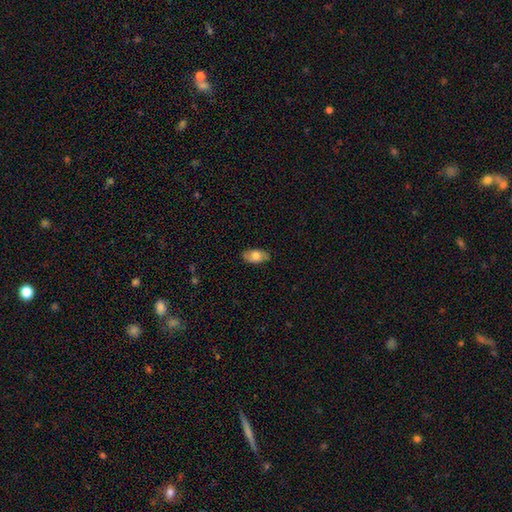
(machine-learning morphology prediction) smooth-or-featured: smooth: 68% | featured or disk: 26% | star or artifact: 7%
  how-rounded: in between: 93% | round: 4% | cigar-shaped: 3%
  merging: none: 82% | minor disturbance: 14% | major disturbance: 3% | merger: 1%